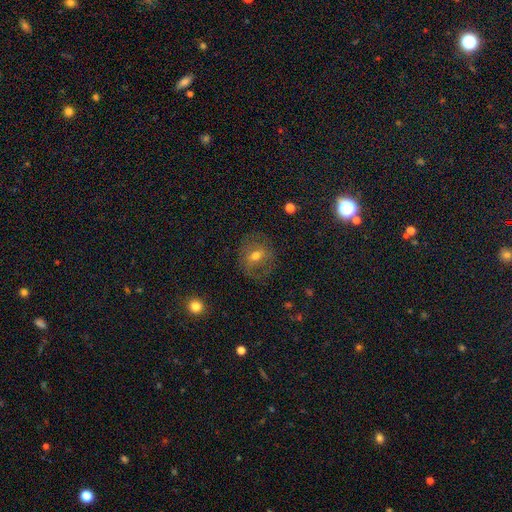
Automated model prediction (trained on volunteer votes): This is possibly a smooth galaxy (46%). Merging: likely none (70%).